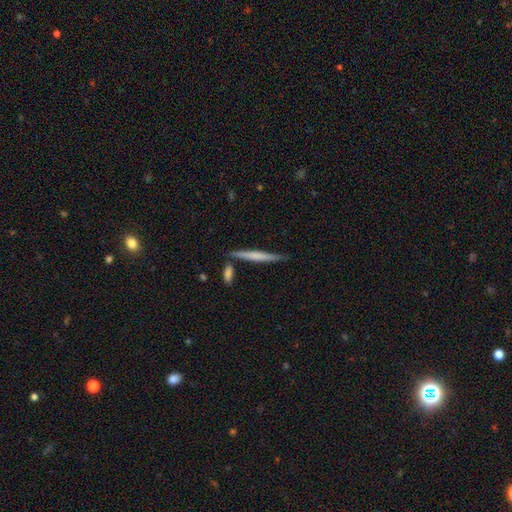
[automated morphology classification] smooth 53%, featured or disk 42%, star or artifact 5%. Down the decision tree: how rounded — cigar-shaped (95%); merging — none (80%).